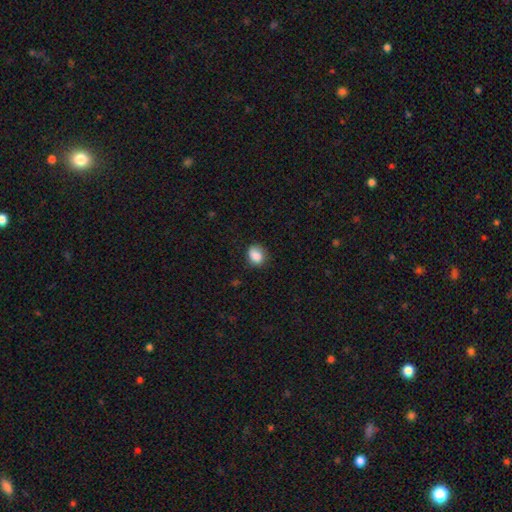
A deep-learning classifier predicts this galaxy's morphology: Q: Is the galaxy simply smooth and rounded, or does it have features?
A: smooth — 86%.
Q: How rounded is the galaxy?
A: in between — 53%.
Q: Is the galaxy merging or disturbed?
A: none — 70%.